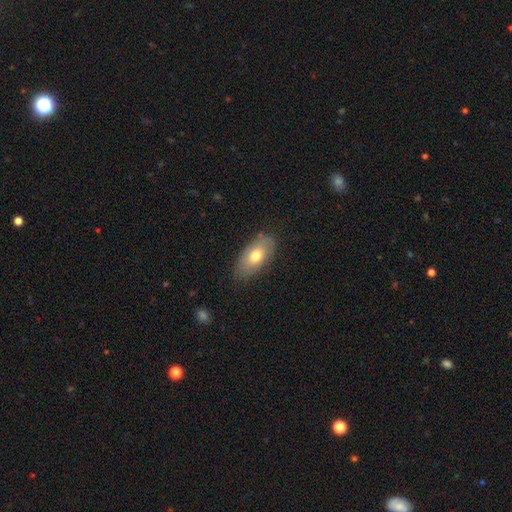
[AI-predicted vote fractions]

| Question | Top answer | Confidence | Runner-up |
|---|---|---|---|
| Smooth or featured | smooth | 69% | featured or disk (24%) |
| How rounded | in between | 92% | round (4%) |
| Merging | none | 78% | minor disturbance (17%) |